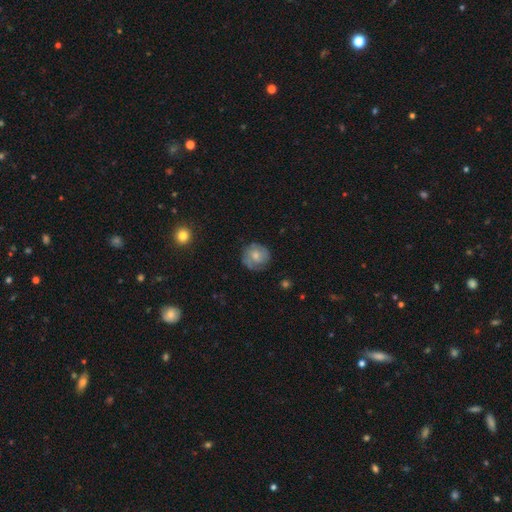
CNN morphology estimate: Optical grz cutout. It shows a smooth galaxy with no disk features (49%). Merging: none (74%).